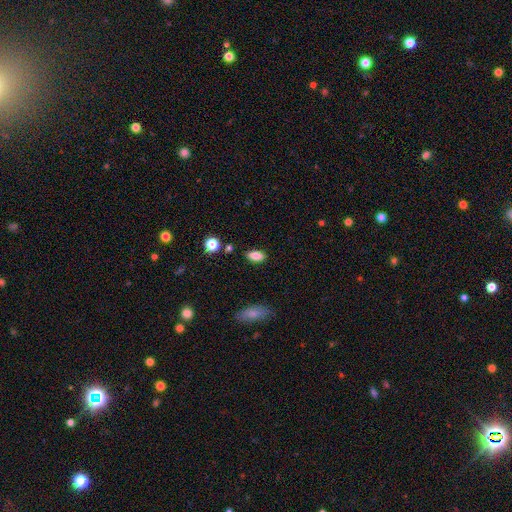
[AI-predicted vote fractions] Overall: smooth (86%). How rounded: in between (87%). Merging: none (84%).